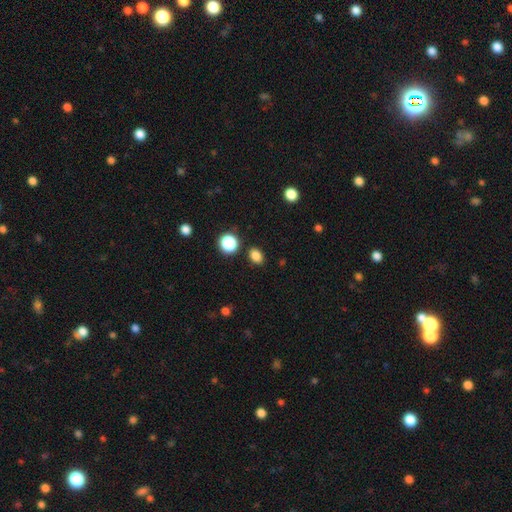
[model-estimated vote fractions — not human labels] A smooth galaxy with no disk features (83%) that is in between round and cigar-shaped (65%).

Vote fractions:
- Smooth or featured? smooth: 83% / star or artifact: 13% / featured or disk: 4%
- How rounded? in between: 65% / round: 34% / cigar-shaped: 1%
- Merging? none: 86% / minor disturbance: 8% / merger: 3% / major disturbance: 2%